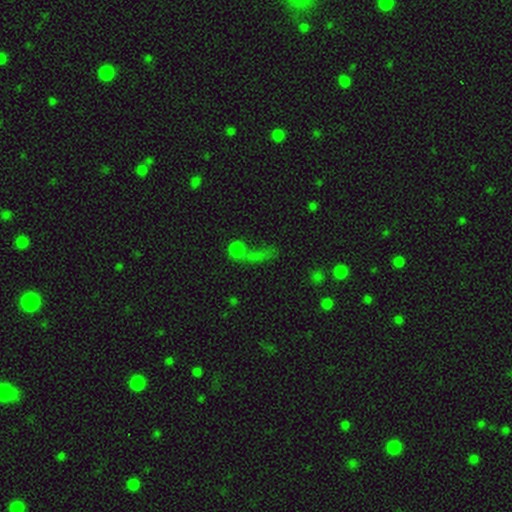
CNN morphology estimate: type=smooth (57%); roundness=round (65%); merging=none (39%).